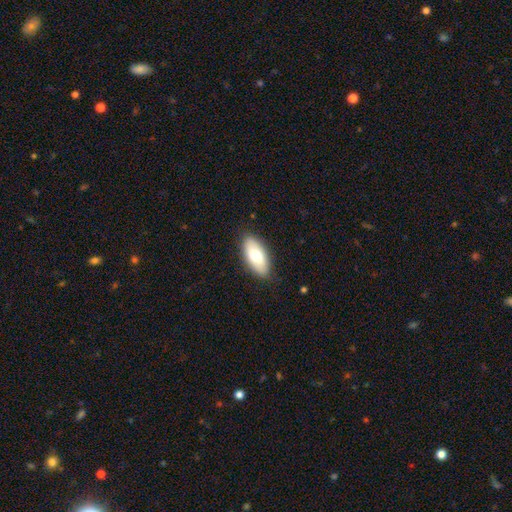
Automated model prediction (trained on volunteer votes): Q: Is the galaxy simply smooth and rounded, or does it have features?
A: smooth — 73%.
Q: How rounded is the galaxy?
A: in between — 90%.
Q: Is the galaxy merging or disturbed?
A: none — 85%.